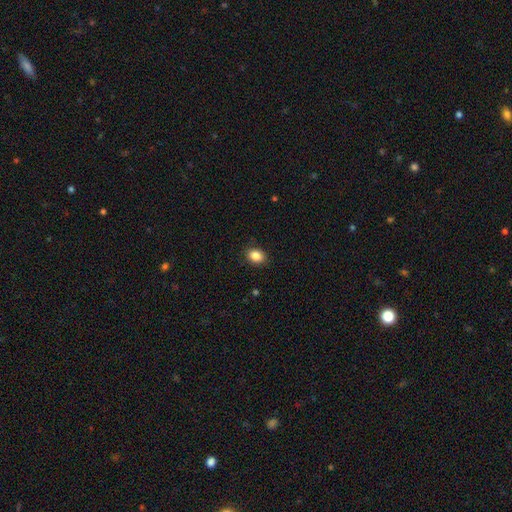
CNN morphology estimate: smooth-or-featured: smooth: 86% | star or artifact: 9% | featured or disk: 5%
  how-rounded: in between: 64% | round: 35% | cigar-shaped: 1%
  merging: none: 88% | minor disturbance: 9% | major disturbance: 2% | merger: 1%